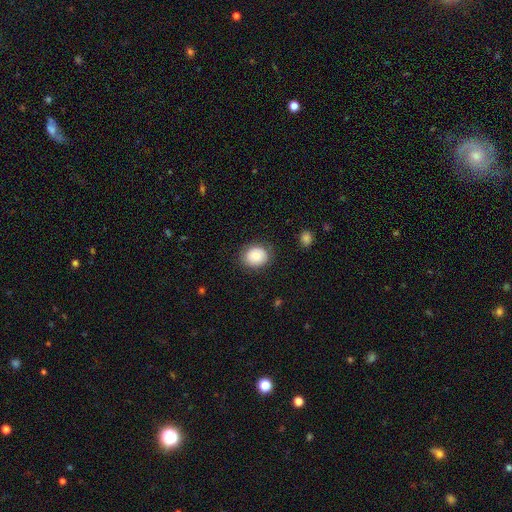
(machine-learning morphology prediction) type=smooth (77%); roundness=round (72%); merging=none (84%).